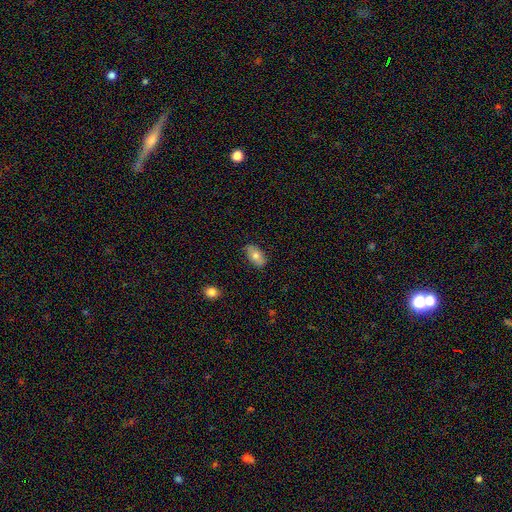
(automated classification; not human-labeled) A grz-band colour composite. It shows a smooth galaxy with no disk features (73%) that is in between round and cigar-shaped (91%). Merging: none (79%).